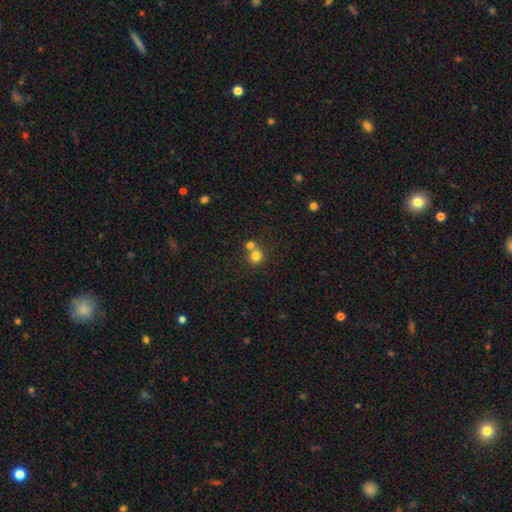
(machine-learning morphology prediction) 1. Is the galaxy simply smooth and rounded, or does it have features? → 78% smooth, 13% star or artifact, 9% featured or disk.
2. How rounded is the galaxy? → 89% round, 10% in between, 1% cigar-shaped.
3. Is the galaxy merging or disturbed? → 47% none, 45% merger, 5% minor disturbance, 2% major disturbance.